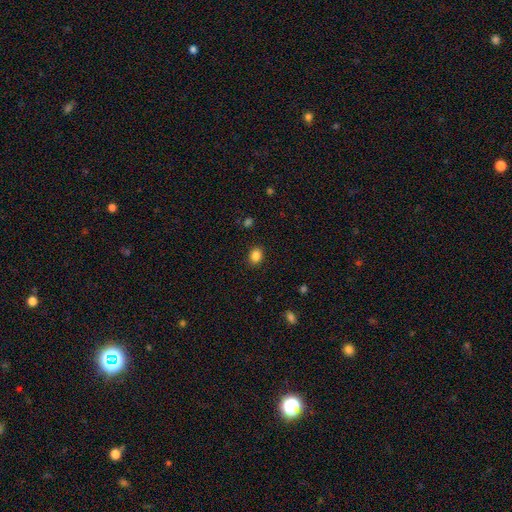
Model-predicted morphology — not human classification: This is clearly a smooth galaxy (85%). How rounded: possibly round (50%). Merging: clearly none (89%).